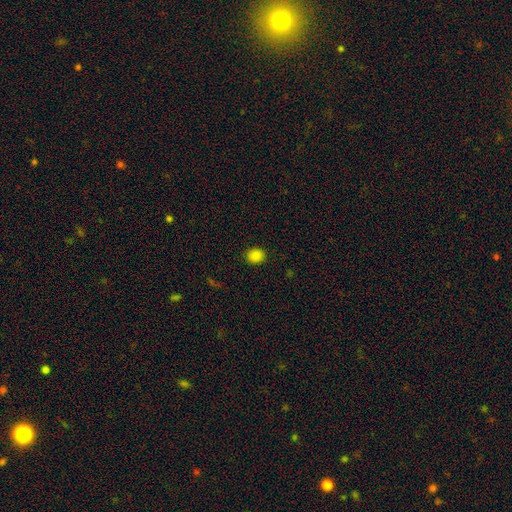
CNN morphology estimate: type=smooth (85%); roundness=round (68%); merging=none (90%).